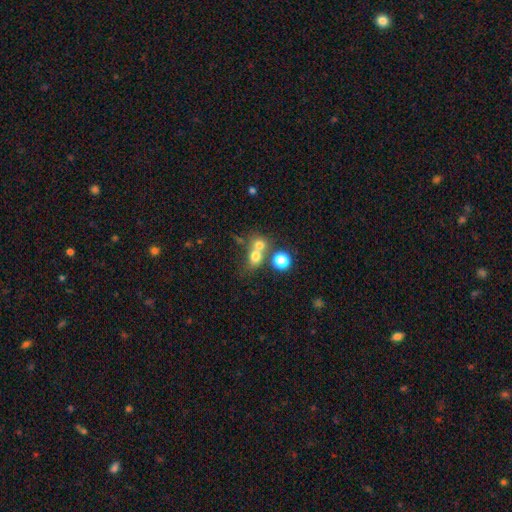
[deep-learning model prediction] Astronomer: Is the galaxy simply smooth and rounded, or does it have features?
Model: smooth — 70%.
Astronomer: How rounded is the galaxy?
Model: round — 71%.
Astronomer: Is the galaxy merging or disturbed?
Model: merger — 51% (runner-up: none, 38%).